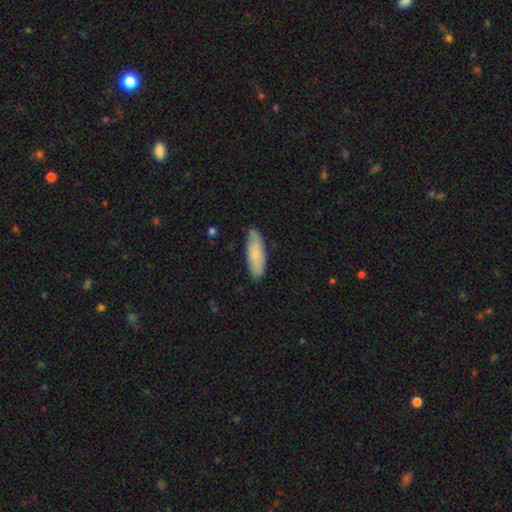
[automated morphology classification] Smooth or featured? smooth (74%)
How rounded? in between (58%)
Merging? none (78%)